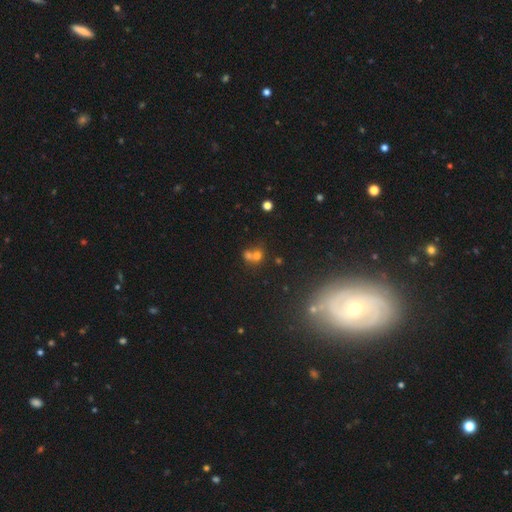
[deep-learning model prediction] The model was most divided on "merging": merger: 54%, none: 35%, minor disturbance: 7%, major disturbance: 4%. More confident: how rounded — round (75%); smooth or featured — smooth (59%).